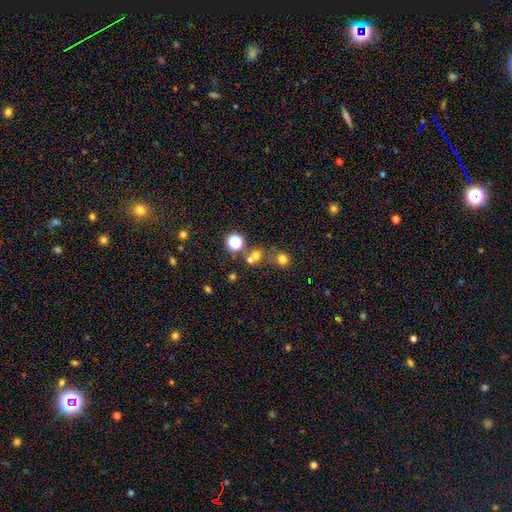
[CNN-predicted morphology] Overall: smooth (62%; star or artifact 28%). How rounded: round (86%). Merging: none (59%; merger 29%).